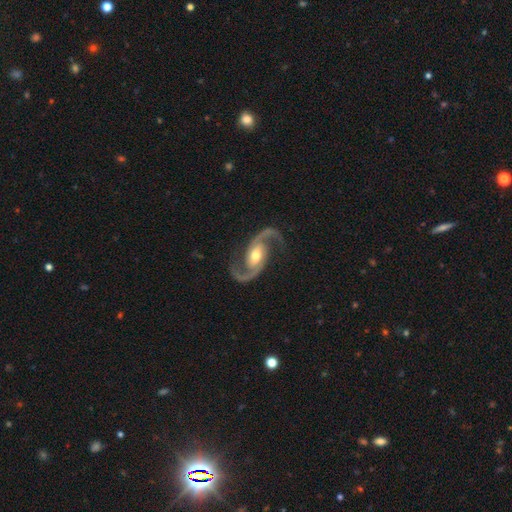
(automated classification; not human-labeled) smooth_or_featured: featured or disk (p=0.94) [alt: star or artifact p=0.04]
disk_edge_on: no (p=0.98) [alt: yes p=0.02]
bar: no (p=0.46) [alt: weak p=0.36]
has_spiral_arms: yes (p=0.98) [alt: no p=0.02]
spiral_winding: medium (p=0.50) [alt: loose p=0.40]
spiral_arm_count: 2 (p=0.95) [alt: 1 p=0.01]
bulge_size: moderate (p=0.70) [alt: small p=0.20]
merging: none (p=0.83) [alt: minor disturbance p=0.11]